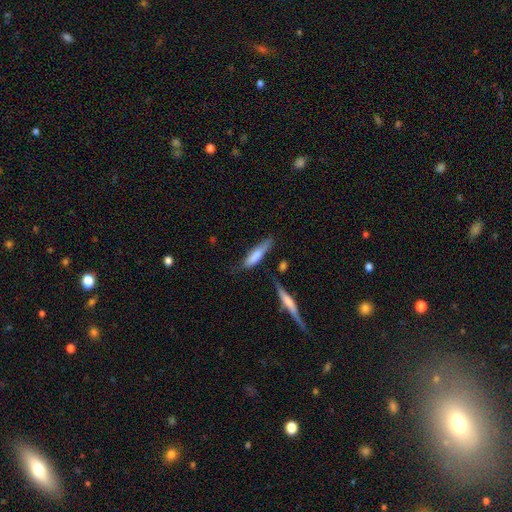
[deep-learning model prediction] The model was most divided on "merging": none: 53%, minor disturbance: 27%, merger: 11%, major disturbance: 9%. More confident: smooth or featured — smooth (73%); how rounded — cigar-shaped (71%).